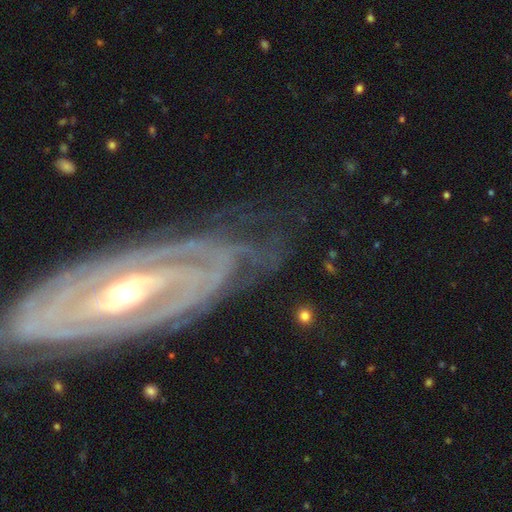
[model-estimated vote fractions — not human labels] This is clearly a featured or disk galaxy (86%). It is clearly not viewed edge-on (89%). Bar: marginally no (44%). Spiral arm pattern: clearly yes (89%). Spiral arm count: marginally can't tell (36%). Spiral winding: likely tight (74%). Central bulge: possibly moderate (53%). Merging: likely none (69%).